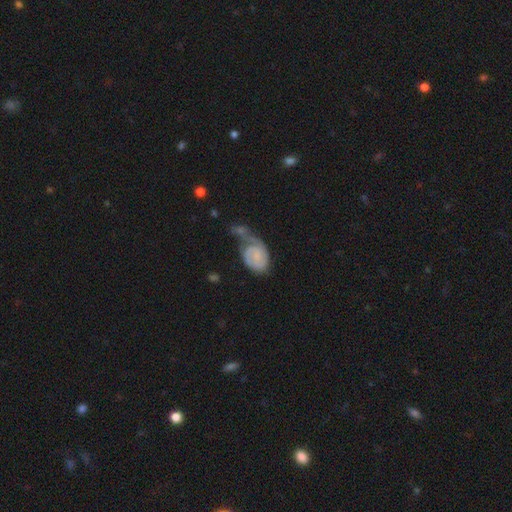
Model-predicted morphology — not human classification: A featured or disk galaxy (61%) with no bar (60%), 2 (47%) tight (49%) spiral arms (86%) and no central bulge (46%). Merging: major disturbance (30%).